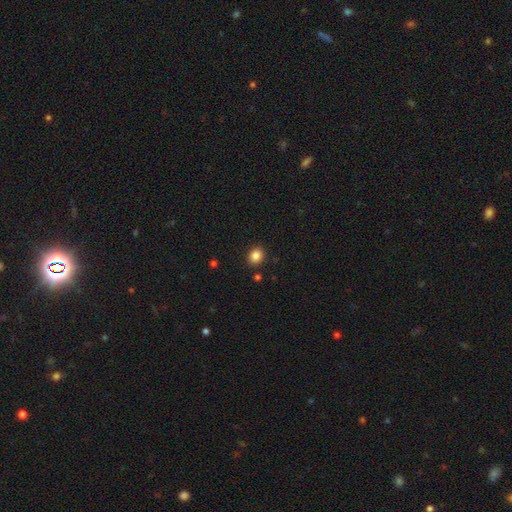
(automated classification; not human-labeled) Smooth or featured? smooth (85%)
How rounded? round (64%)
Merging? none (89%)